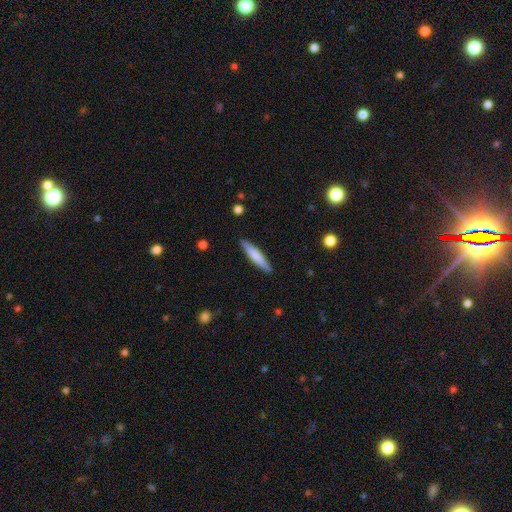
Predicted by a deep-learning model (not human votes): smooth-or-featured: smooth: 69% | featured or disk: 26% | star or artifact: 5%
  how-rounded: cigar-shaped: 89% | in between: 9% | round: 1%
  merging: none: 89% | minor disturbance: 9% | major disturbance: 2% | merger: 1%